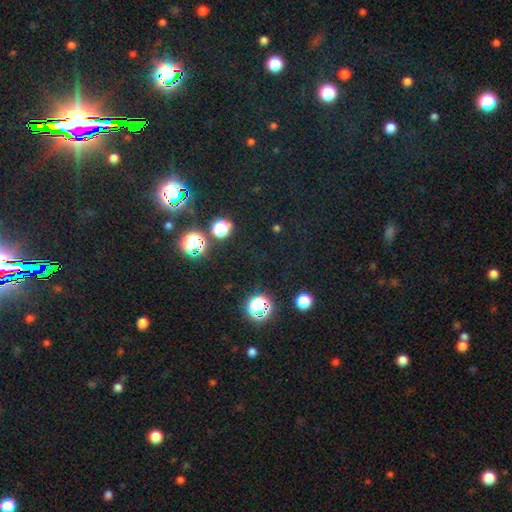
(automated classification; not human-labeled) smooth_or_featured: star or artifact (p=0.72) [alt: smooth p=0.21]